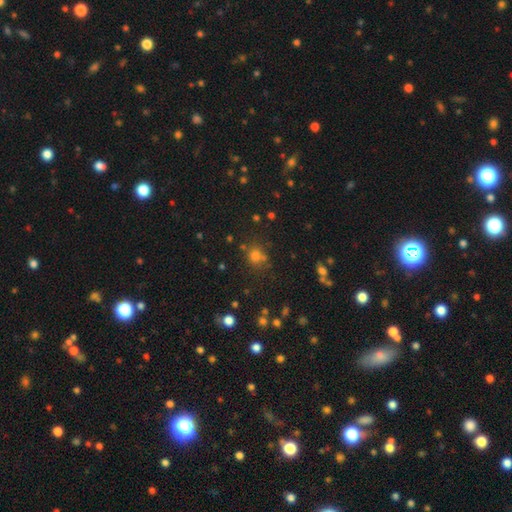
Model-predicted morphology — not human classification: smooth_or_featured: smooth (p=0.70) [alt: star or artifact p=0.22]
how_rounded: round (p=0.84) [alt: in between p=0.15]
merging: none (p=0.71) [alt: minor disturbance p=0.12]